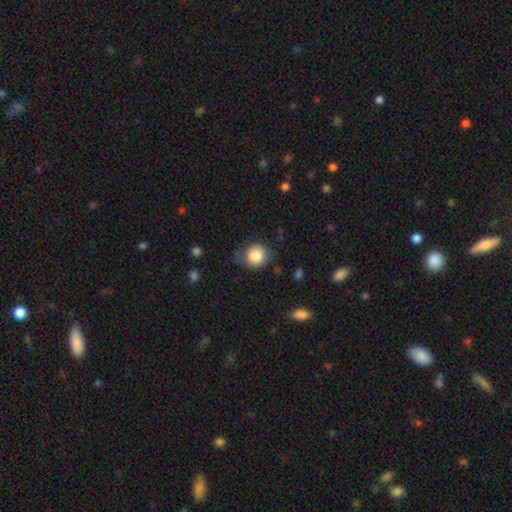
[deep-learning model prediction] smooth-or-featured: smooth: 84% | star or artifact: 8% | featured or disk: 8%
  how-rounded: round: 80% | in between: 19% | cigar-shaped: 1%
  merging: none: 64% | minor disturbance: 25% | major disturbance: 9% | merger: 2%